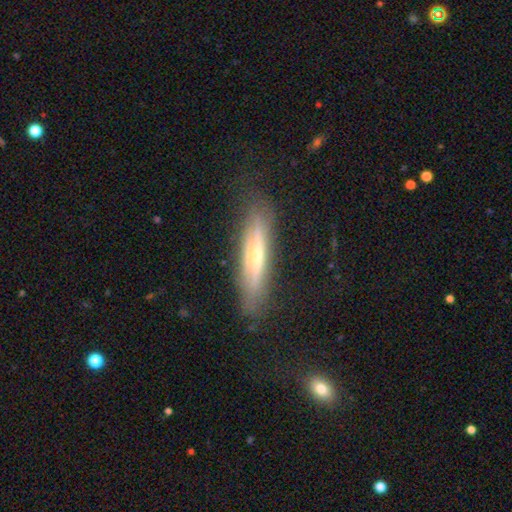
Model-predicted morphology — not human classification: Q: Smooth or featured?
A: featured or disk (60%); runner-up: smooth (32%)
Q: Edge-on disk?
A: yes (87%); runner-up: no (13%)
Q: Edge-on bulge?
A: rounded (59%); runner-up: none (31%)
Q: Merging?
A: none (80%); runner-up: minor disturbance (14%)